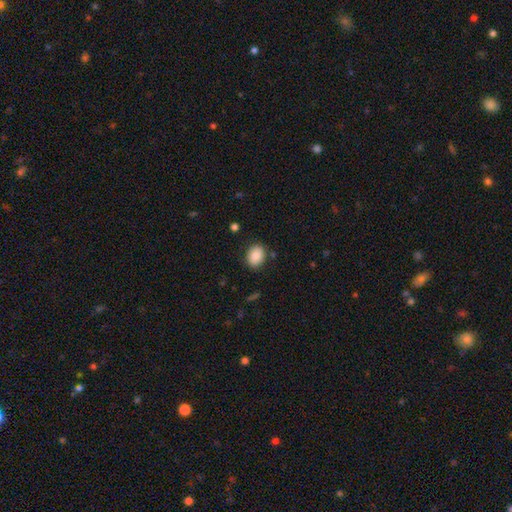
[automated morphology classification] Q: Smooth or featured?
A: smooth (83%); runner-up: featured or disk (9%)
Q: How rounded?
A: in between (53%); runner-up: round (46%)
Q: Merging?
A: none (85%); runner-up: minor disturbance (10%)